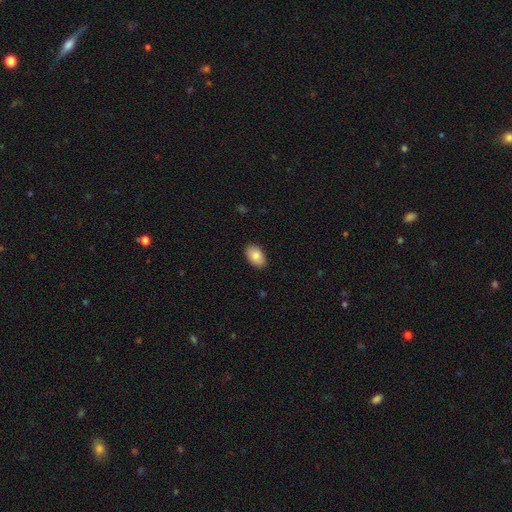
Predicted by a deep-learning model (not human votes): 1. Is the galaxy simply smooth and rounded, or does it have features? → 86% smooth, 7% featured or disk, 6% star or artifact.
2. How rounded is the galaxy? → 93% in between, 6% round, 1% cigar-shaped.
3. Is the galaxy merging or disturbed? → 89% none, 8% minor disturbance, 2% major disturbance, 1% merger.